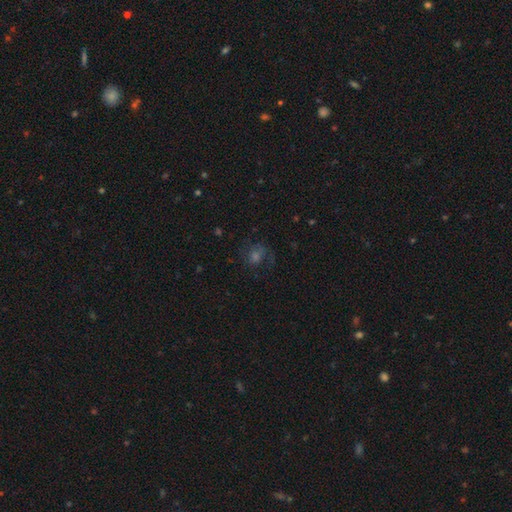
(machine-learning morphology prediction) Smooth or featured? featured or disk (39%)
Merging? none (66%)